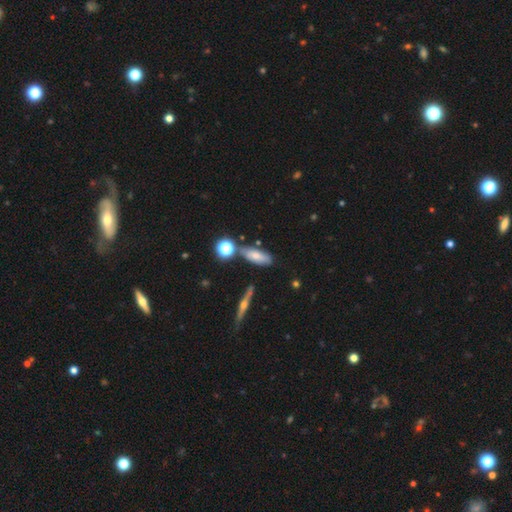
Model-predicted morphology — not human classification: This is likely a smooth galaxy (64%). How rounded: likely in between (68%). Merging: likely none (66%).